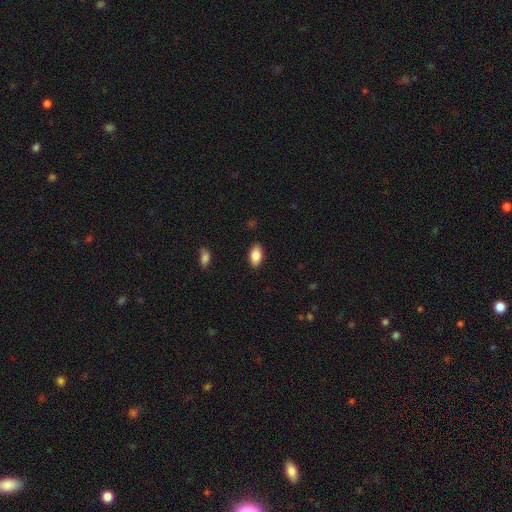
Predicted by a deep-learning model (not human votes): Overall: smooth (84%). How rounded: in between (93%). Merging: none (88%).